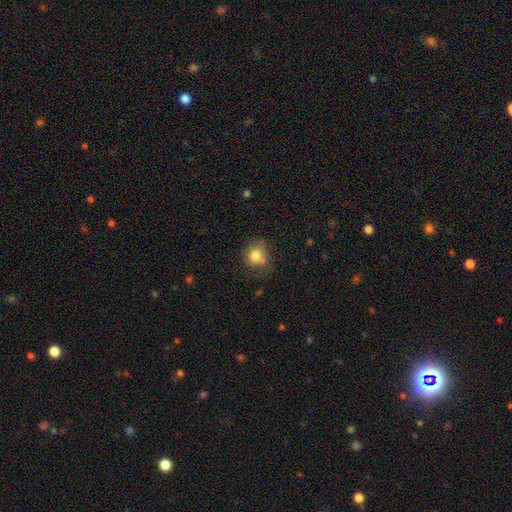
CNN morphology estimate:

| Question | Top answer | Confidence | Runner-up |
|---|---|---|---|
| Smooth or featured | smooth | 78% | featured or disk (11%) |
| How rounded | round | 76% | in between (23%) |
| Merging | none | 56% | minor disturbance (19%) |